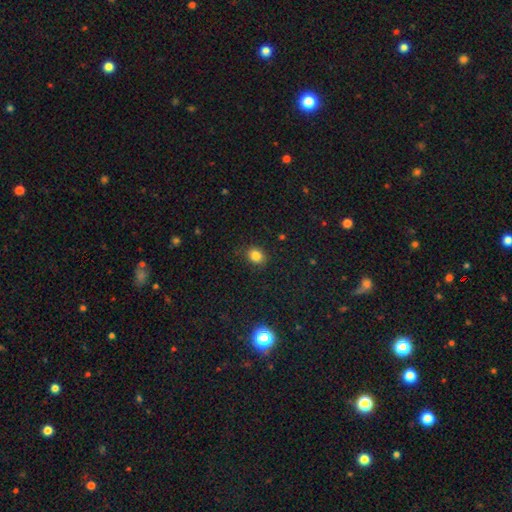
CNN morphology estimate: Smooth or featured?
  - smooth: 83% *
  - star or artifact: 12%
  - featured or disk: 5%
How rounded?
  - round: 55% *
  - in between: 44%
  - cigar-shaped: 1%
Merging?
  - none: 83% *
  - minor disturbance: 13%
  - major disturbance: 3%
  - merger: 1%